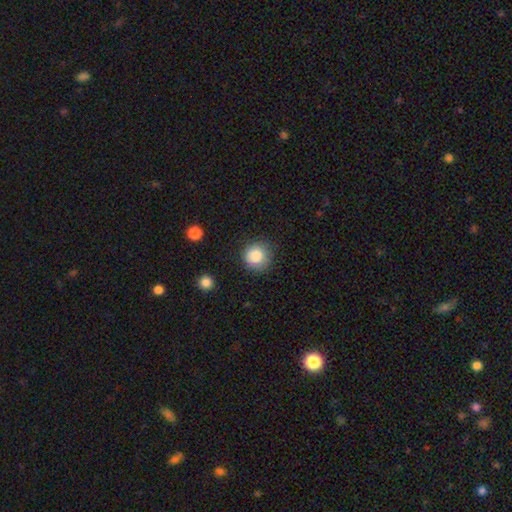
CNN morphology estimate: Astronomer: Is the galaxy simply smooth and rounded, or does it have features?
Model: smooth — 86%.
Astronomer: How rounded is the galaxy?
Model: round — 92%.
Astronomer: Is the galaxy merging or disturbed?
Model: none — 81%.